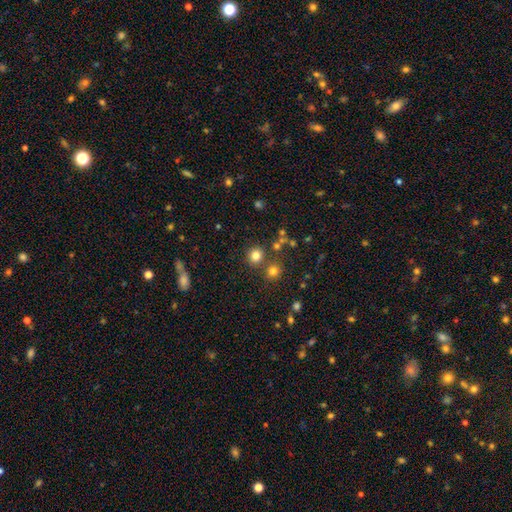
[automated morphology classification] A smooth galaxy with no disk features (79%) that is round (90%).

Vote fractions:
- Smooth or featured? smooth: 79% / star or artifact: 15% / featured or disk: 6%
- How rounded? round: 90% / in between: 9% / cigar-shaped: 1%
- Merging? none: 78% / merger: 12% / minor disturbance: 7% / major disturbance: 3%